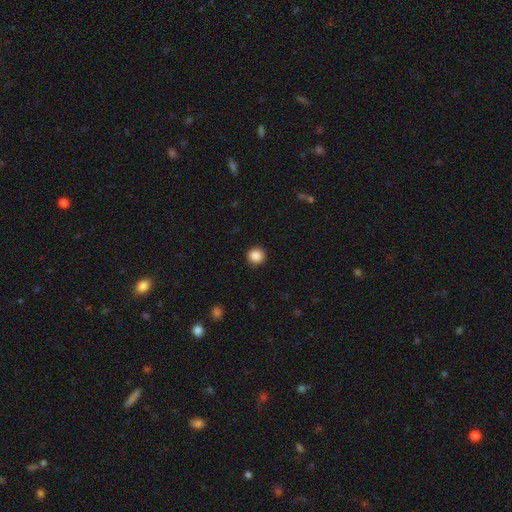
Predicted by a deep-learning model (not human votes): A smooth galaxy with no disk features (88%) that is round (94%). Merging: none (92%).